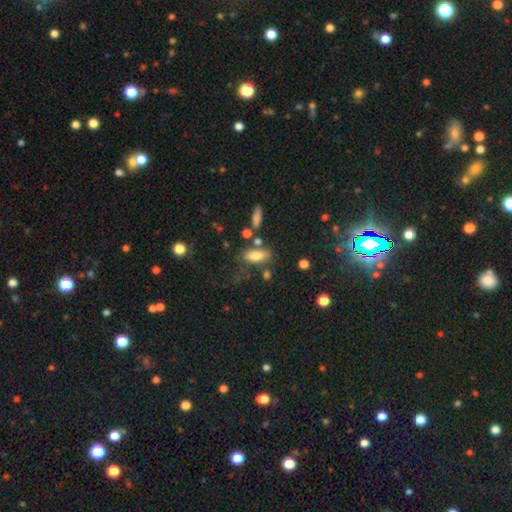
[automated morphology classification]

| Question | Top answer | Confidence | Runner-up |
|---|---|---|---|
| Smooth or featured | smooth | 75% | featured or disk (15%) |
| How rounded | in between | 76% | cigar-shaped (21%) |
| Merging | none | 60% | minor disturbance (19%) |